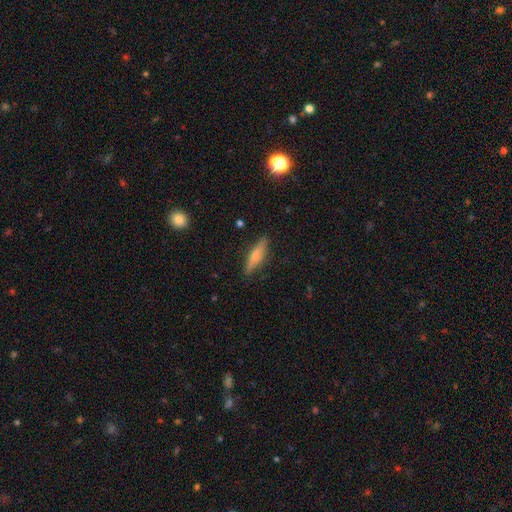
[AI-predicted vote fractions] Smooth or featured? Predicted: smooth (p=0.60). How rounded? Predicted: cigar-shaped (p=0.79). Merging? Predicted: none (p=0.85).